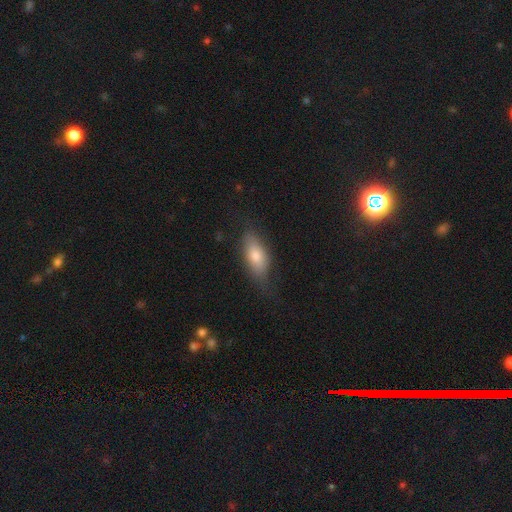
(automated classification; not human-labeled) Smooth or featured?
  - smooth: 70% *
  - featured or disk: 23%
  - star or artifact: 7%
How rounded?
  - in between: 79% *
  - cigar-shaped: 17%
  - round: 4%
Merging?
  - none: 69% *
  - minor disturbance: 23%
  - major disturbance: 7%
  - merger: 1%